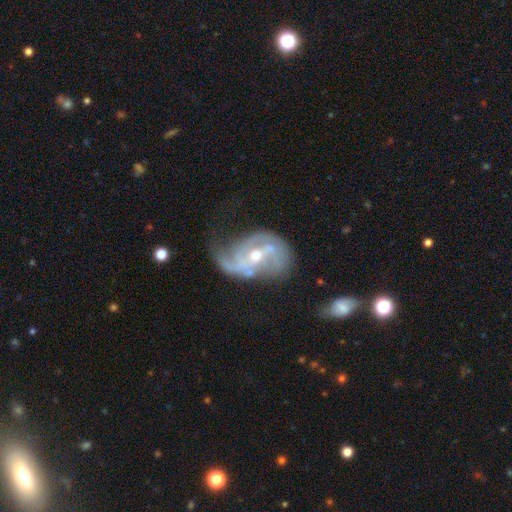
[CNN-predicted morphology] The model was most divided on "bar": no: 41%, weak: 38%, strong: 22%. Remaining: edge-on disk — no (97%); spiral arms — yes (91%); smooth or featured — featured or disk (85%); spiral arm count — 2 (57%); bulge size — small (52%); spiral winding — loose (43%); merging — none (36%).